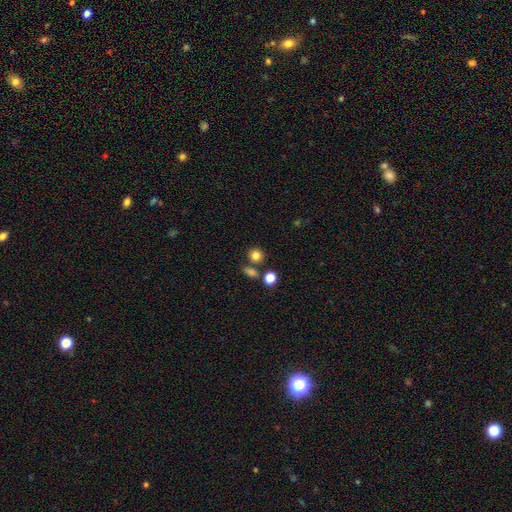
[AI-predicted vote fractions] Smooth or featured: smooth — 80% (star or artifact — 13%)
How rounded: round — 85% (in between — 13%)
Merging: none — 74% (merger — 14%)